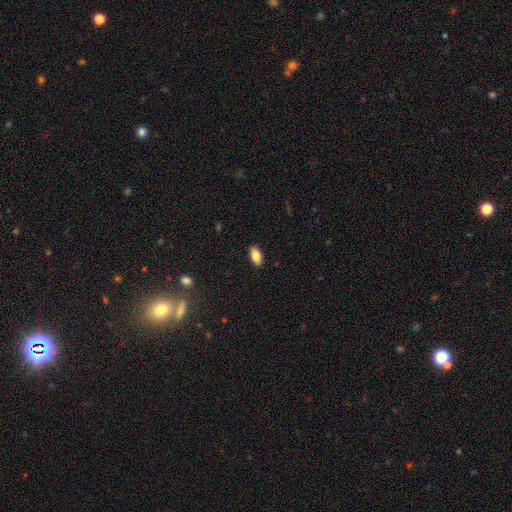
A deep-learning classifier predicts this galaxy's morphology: A smooth galaxy with no disk features (84%) that is in between round and cigar-shaped (92%).

Vote fractions:
- Smooth or featured? smooth: 84% / featured or disk: 9% / star or artifact: 7%
- How rounded? in between: 92% / cigar-shaped: 4% / round: 3%
- Merging? none: 90% / minor disturbance: 8% / major disturbance: 2% / merger: 1%